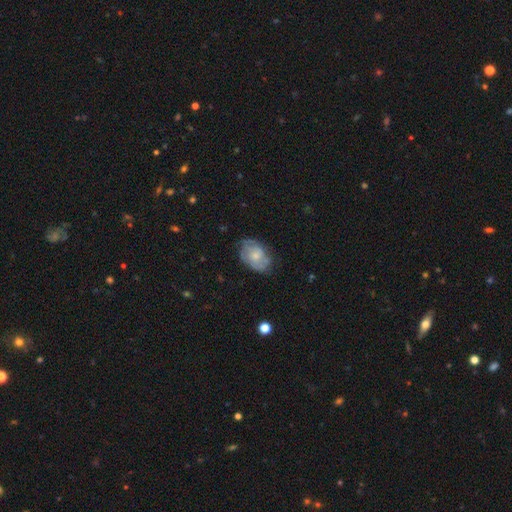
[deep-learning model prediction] featured or disk 56%, smooth 37%, star or artifact 7%. Down the decision tree: edge-on disk — no (96%); bar — no (78%); spiral arms — yes (70%); bulge size — small (48%); merging — none (61%).